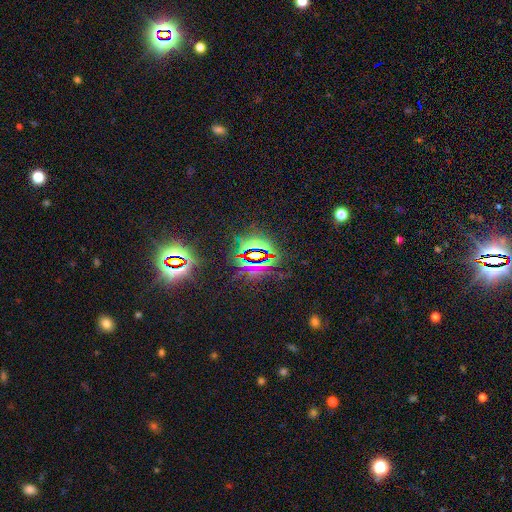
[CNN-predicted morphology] type=star or artifact (81%).